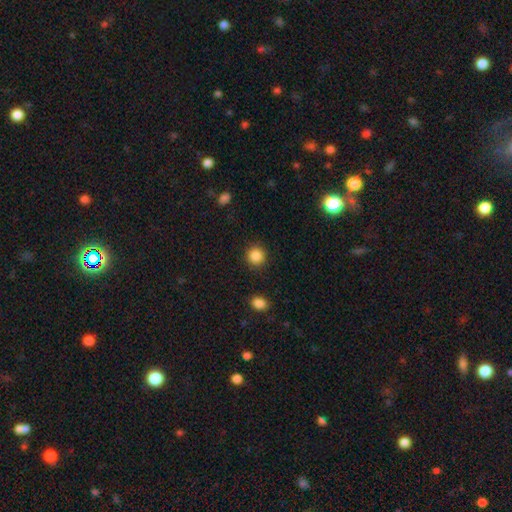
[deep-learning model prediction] Q: Smooth or featured?
A: smooth (87%); runner-up: star or artifact (10%)
Q: How rounded?
A: round (91%); runner-up: in between (8%)
Q: Merging?
A: none (90%); runner-up: minor disturbance (6%)